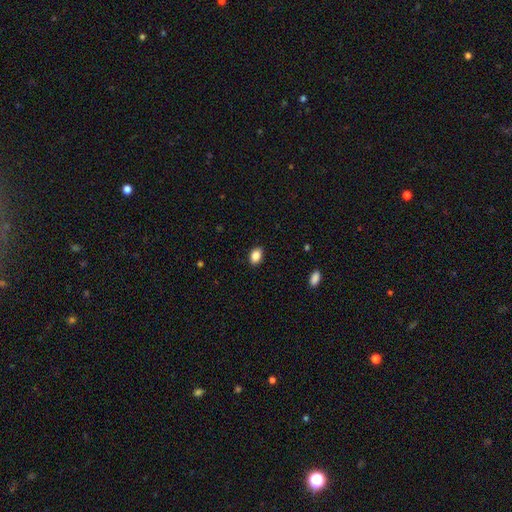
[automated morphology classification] Q: Smooth or featured?
A: smooth (87%); runner-up: star or artifact (8%)
Q: How rounded?
A: in between (84%); runner-up: round (15%)
Q: Merging?
A: none (87%); runner-up: minor disturbance (9%)